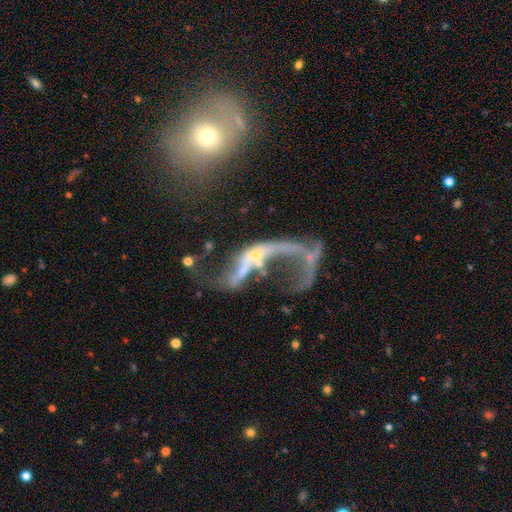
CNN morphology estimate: This is likely a featured or disk galaxy (75%). It is clearly not viewed edge-on (92%). Bar: likely no (64%). Spiral arm pattern: possibly yes (58%). Central bulge: possibly small (55%). Merging: marginally major disturbance (40%).